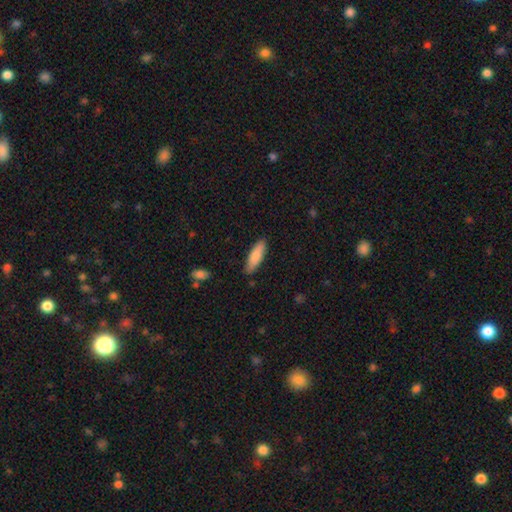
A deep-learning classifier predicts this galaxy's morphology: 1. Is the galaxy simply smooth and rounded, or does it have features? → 84% smooth, 10% featured or disk, 5% star or artifact.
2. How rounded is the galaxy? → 55% cigar-shaped, 43% in between, 1% round.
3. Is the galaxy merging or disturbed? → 85% none, 11% minor disturbance, 2% major disturbance, 1% merger.